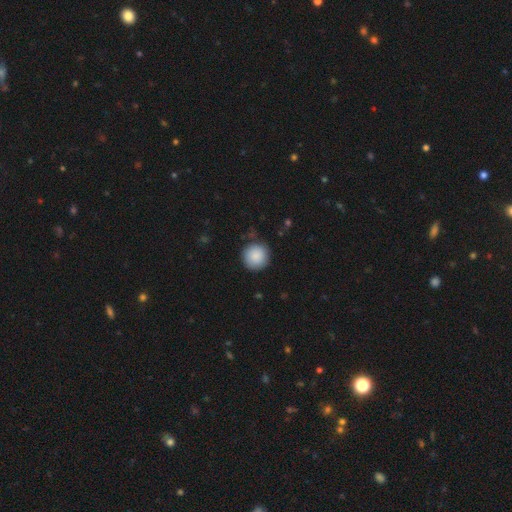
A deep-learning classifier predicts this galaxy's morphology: A smooth galaxy with no disk features (88%) that is round (95%). Merging: none (87%).